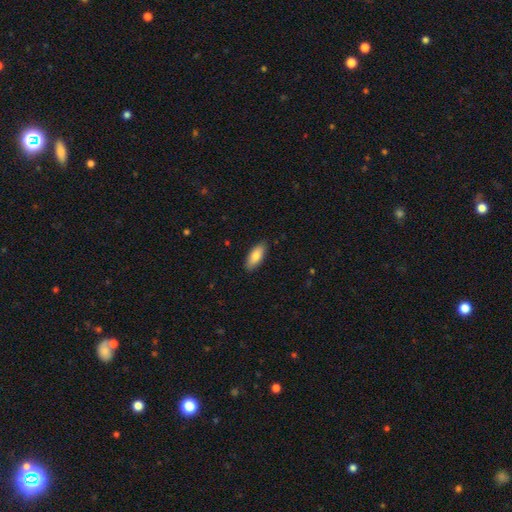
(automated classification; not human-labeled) Overall: smooth (84%). How rounded: in between (79%). Merging: none (88%).